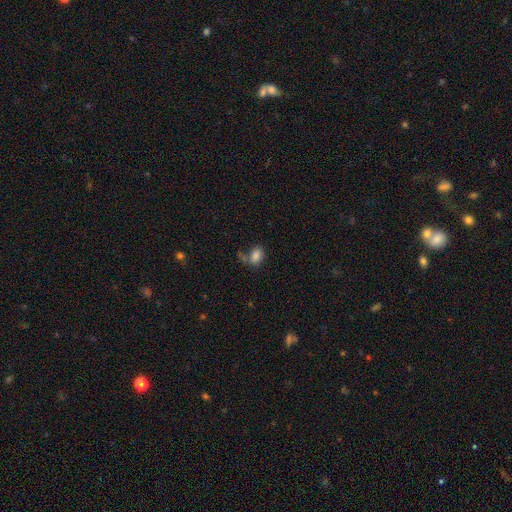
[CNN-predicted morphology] This appears to be a smooth galaxy with no disk features (82%) that is in between round and cigar-shaped (79%). Merging: none (51%).